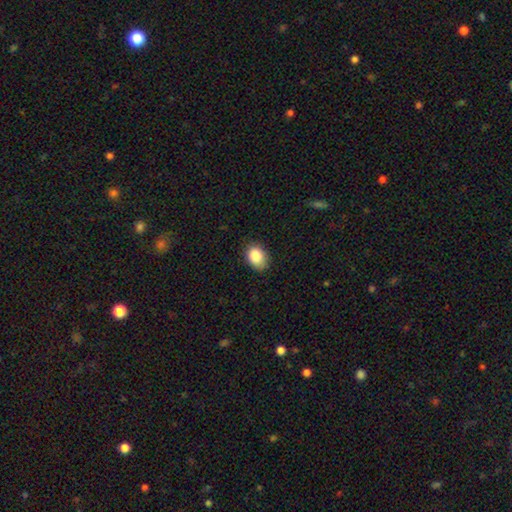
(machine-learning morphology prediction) Smooth or featured? smooth (87%)
How rounded? in between (74%)
Merging? none (80%)